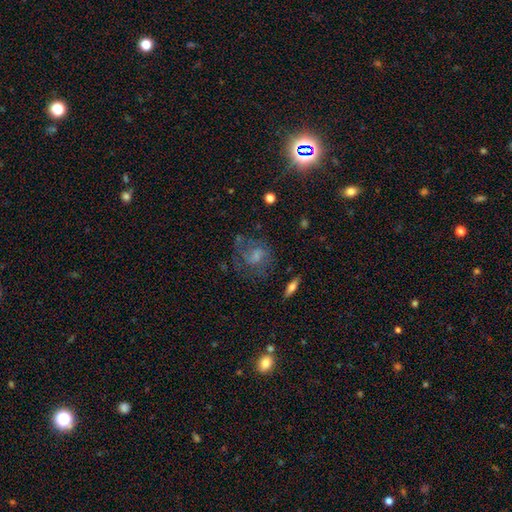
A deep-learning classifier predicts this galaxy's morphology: The model was most divided on "smooth or featured": featured or disk: 45%, smooth: 42%, star or artifact: 14%. Remaining: merging — none (50%).